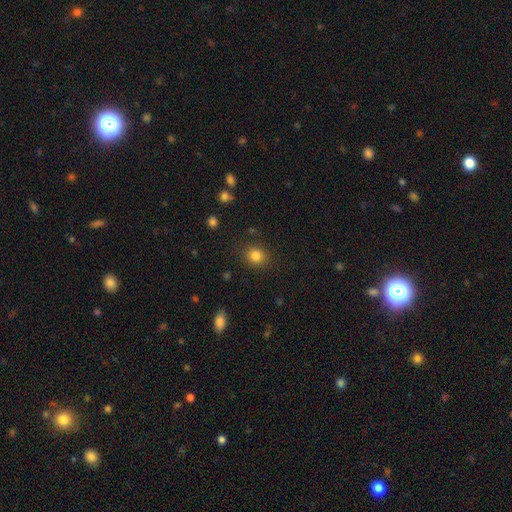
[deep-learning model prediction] Morphology: type=smooth (84%); roundness=round (71%); merging=none (86%).